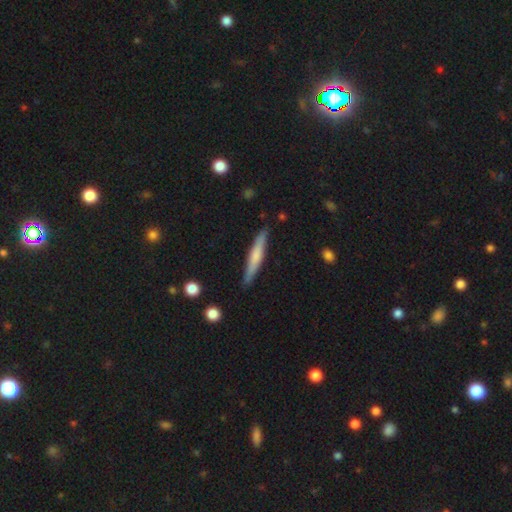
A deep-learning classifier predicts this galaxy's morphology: Q: Smooth or featured?
A: smooth (56%); runner-up: featured or disk (38%)
Q: How rounded?
A: cigar-shaped (93%); runner-up: in between (5%)
Q: Merging?
A: none (88%); runner-up: minor disturbance (9%)